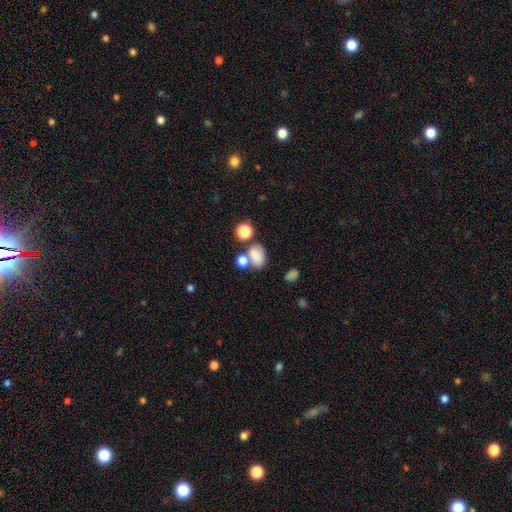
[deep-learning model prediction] Morphology: type=smooth (78%); roundness=in between (74%); merging=none (48%).